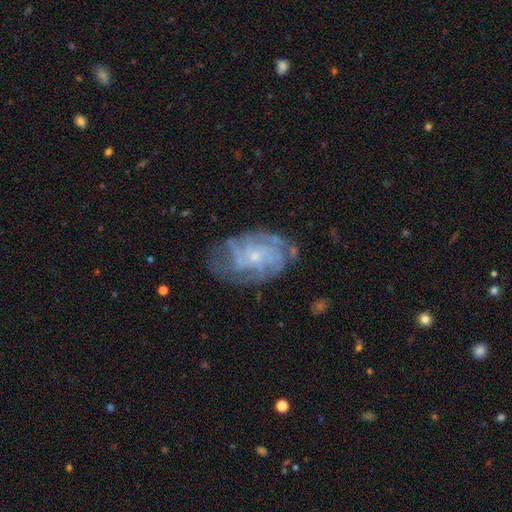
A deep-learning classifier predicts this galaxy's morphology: featured or disk 78%, smooth 14%, star or artifact 8%. Down the decision tree: edge-on disk — no (97%); bar — no (75%); spiral arms — yes (86%); spiral arm count — can't tell (46%); spiral winding — tight (55%); bulge size — small (80%); merging — none (65%).